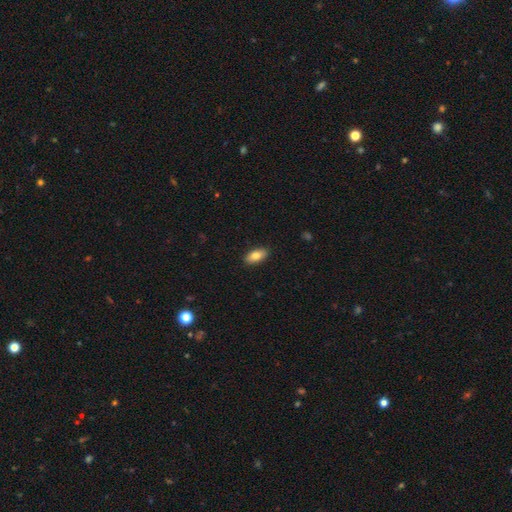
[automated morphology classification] type=smooth (81%); roundness=in between (92%); merging=none (89%).